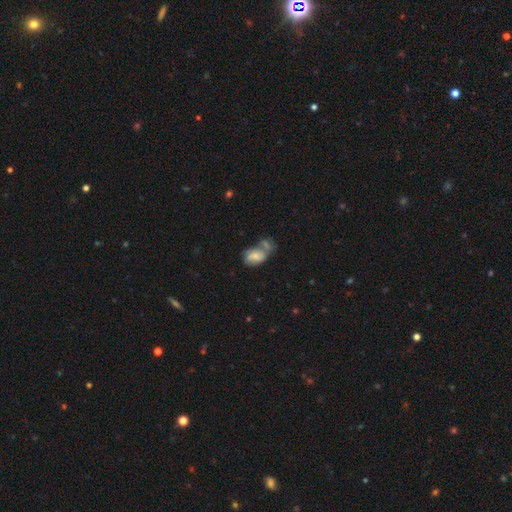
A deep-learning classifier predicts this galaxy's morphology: The model was most divided on "merging": merger: 46%, none: 25%, minor disturbance: 17%, major disturbance: 13%. More confident: how rounded — in between (85%); smooth or featured — smooth (60%).